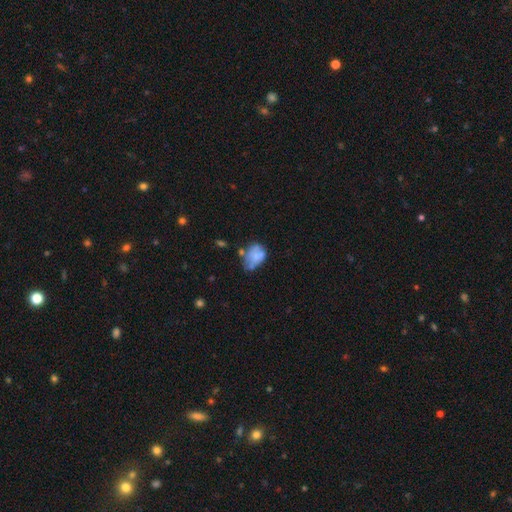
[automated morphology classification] Smooth or featured? smooth (59%)
How rounded? in between (74%)
Merging? none (33%)